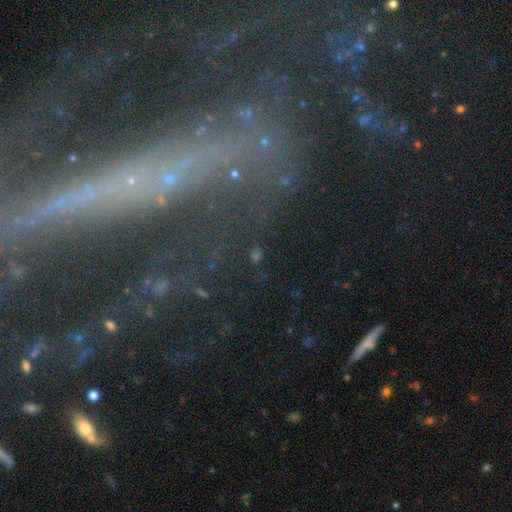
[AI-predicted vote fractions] smooth-or-featured: star or artifact: 52% | smooth: 28% | featured or disk: 21%